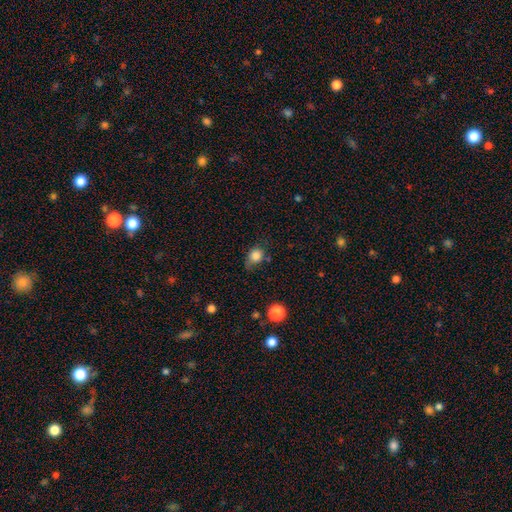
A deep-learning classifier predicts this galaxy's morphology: The model was most divided on "merging": none: 50%, minor disturbance: 34%, major disturbance: 12%, merger: 4%. More confident: smooth or featured — smooth (83%); how rounded — round (60%).